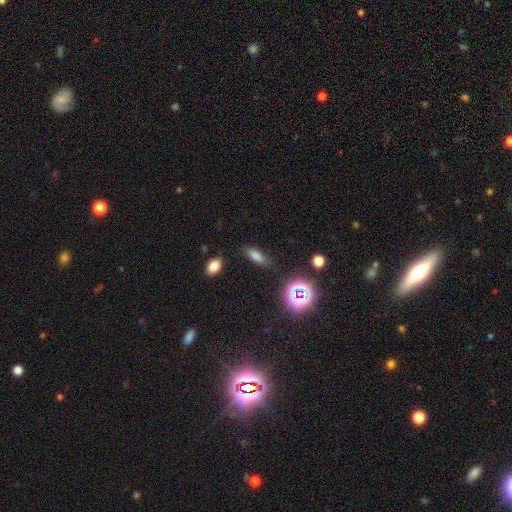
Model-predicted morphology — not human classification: A smooth galaxy with no disk features (74%) that is in between round and cigar-shaped (68%). Merging: none (79%).